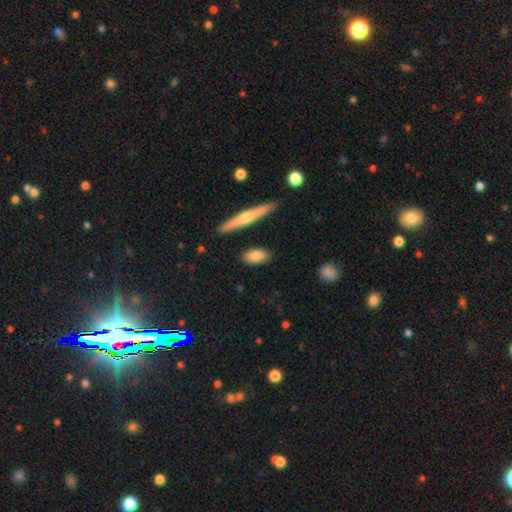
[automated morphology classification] smooth-or-featured: smooth: 80% | featured or disk: 14% | star or artifact: 6%
  how-rounded: in between: 82% | cigar-shaped: 12% | round: 6%
  merging: none: 84% | minor disturbance: 10% | merger: 3% | major disturbance: 2%